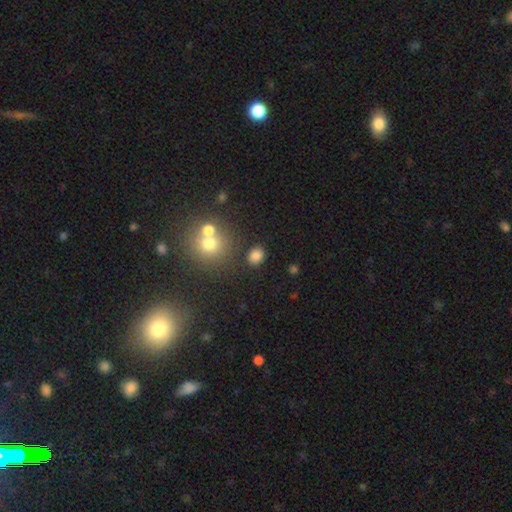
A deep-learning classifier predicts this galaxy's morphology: Smooth or featured? Predicted: smooth (p=0.81). How rounded? Predicted: in between (p=0.51). Merging? Predicted: none (p=0.81).